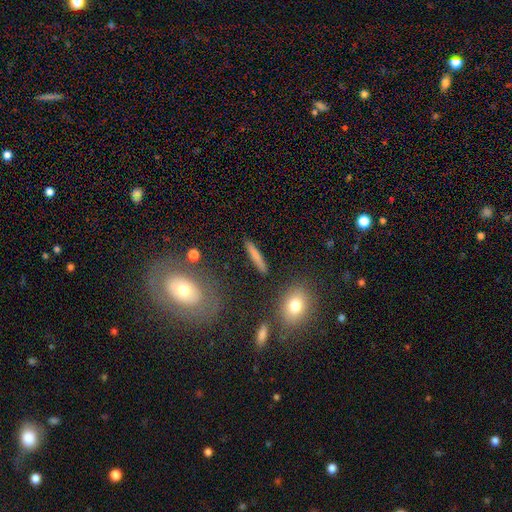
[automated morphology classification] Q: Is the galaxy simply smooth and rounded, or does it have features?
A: smooth — 70%.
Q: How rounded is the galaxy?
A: cigar-shaped — 89%.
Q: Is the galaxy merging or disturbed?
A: none — 86%.